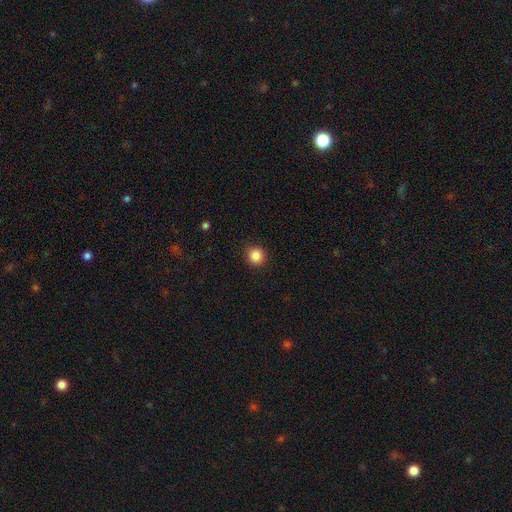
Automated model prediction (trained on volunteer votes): smooth-or-featured: smooth: 86% | star or artifact: 10% | featured or disk: 3%
  how-rounded: round: 94% | in between: 5% | cigar-shaped: 1%
  merging: none: 91% | minor disturbance: 6% | major disturbance: 2% | merger: 1%